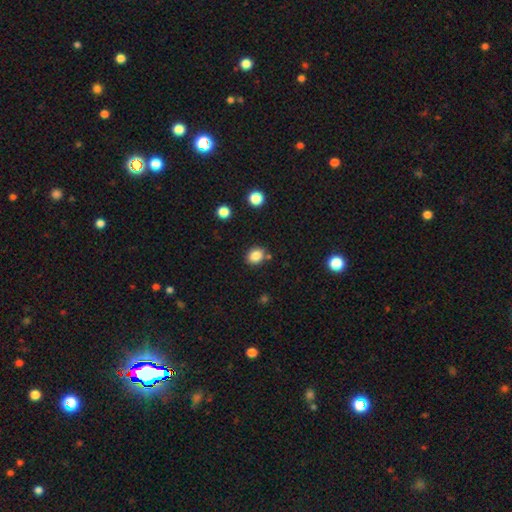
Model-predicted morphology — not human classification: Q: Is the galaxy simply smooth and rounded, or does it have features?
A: smooth — 85%.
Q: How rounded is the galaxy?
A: round — 58%.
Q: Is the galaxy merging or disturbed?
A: none — 80%.